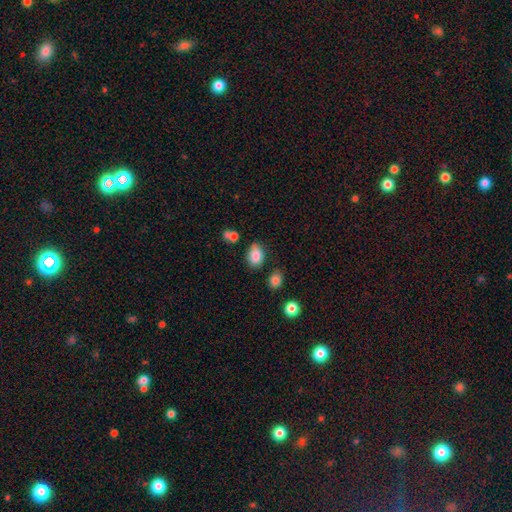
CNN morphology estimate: Smooth or featured: smooth — 84% (star or artifact — 9%)
How rounded: in between — 82% (round — 17%)
Merging: none — 75% (minor disturbance — 16%)